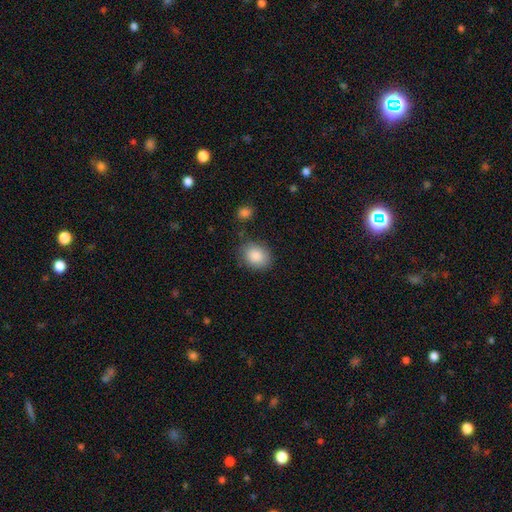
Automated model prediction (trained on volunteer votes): A smooth galaxy with no disk features (87%) that is round (52%).

Vote fractions:
- Smooth or featured? smooth: 87% / star or artifact: 7% / featured or disk: 5%
- How rounded? round: 52% / in between: 47% / cigar-shaped: 1%
- Merging? none: 76% / minor disturbance: 16% / major disturbance: 4% / merger: 3%